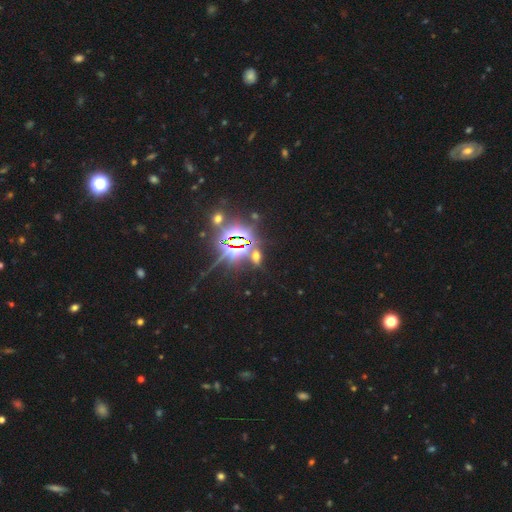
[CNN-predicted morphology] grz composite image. It shows a star or artifact, not a galaxy (60%).